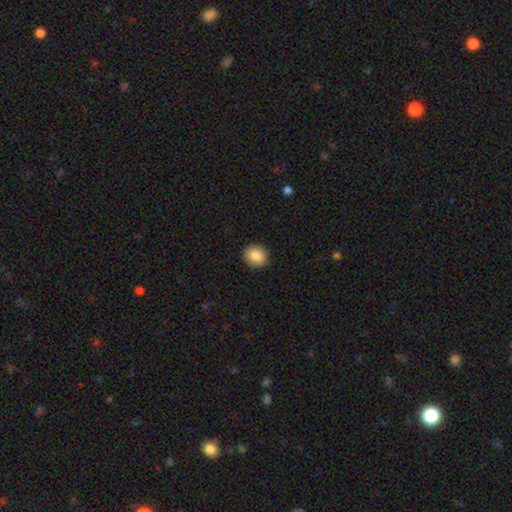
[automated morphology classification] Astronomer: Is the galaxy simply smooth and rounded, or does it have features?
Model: smooth — 85%.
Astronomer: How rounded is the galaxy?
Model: round — 80%.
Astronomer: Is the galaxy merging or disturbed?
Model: none — 90%.